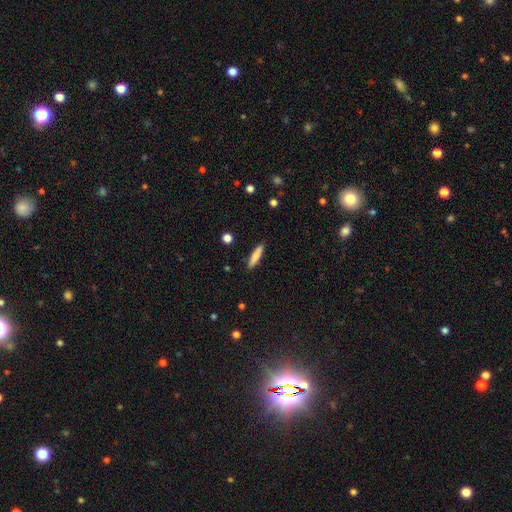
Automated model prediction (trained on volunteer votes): A smooth galaxy with no disk features (77%) that is cigar-shaped (85%). Merging: none (89%).